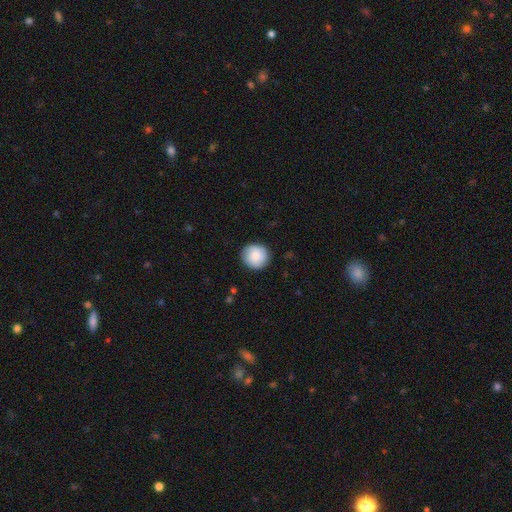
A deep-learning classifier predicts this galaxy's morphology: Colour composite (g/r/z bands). It shows a smooth galaxy with no disk features (83%) that is round (92%). Merging: none (89%).